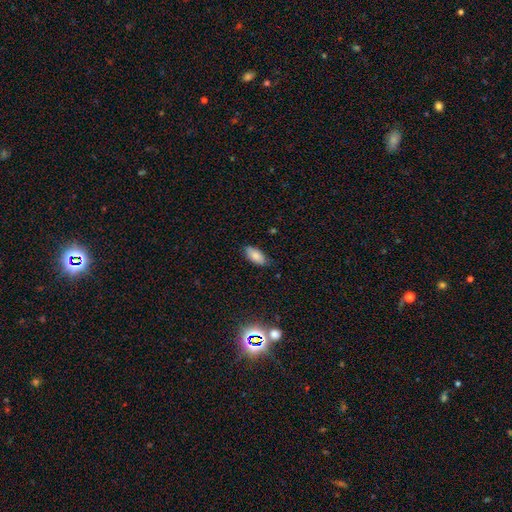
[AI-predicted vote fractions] This is clearly a smooth galaxy (83%). How rounded: clearly in between (91%). Merging: likely none (79%).